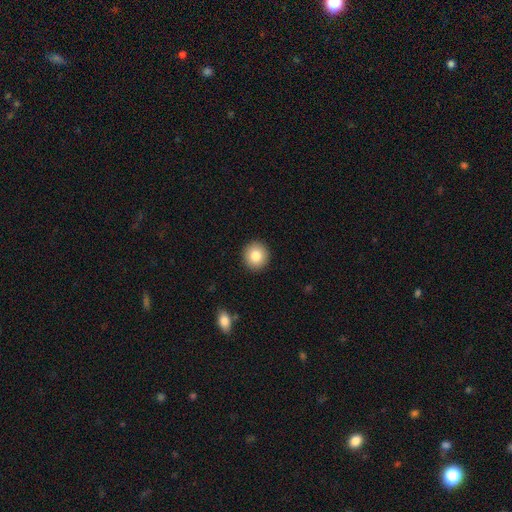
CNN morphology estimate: This is clearly a smooth galaxy (82%). How rounded: clearly round (90%). Merging: clearly none (92%).